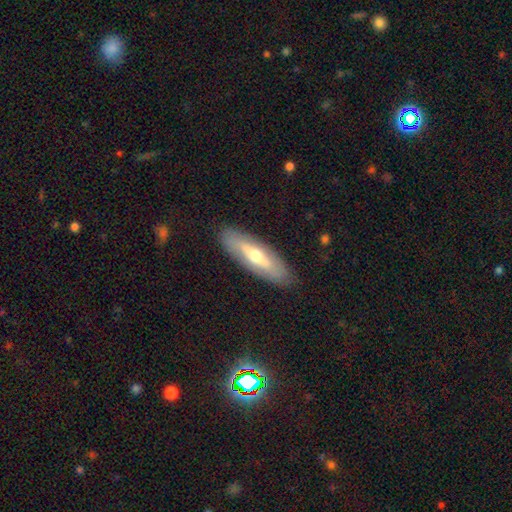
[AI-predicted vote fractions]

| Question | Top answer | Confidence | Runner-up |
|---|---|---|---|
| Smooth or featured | featured or disk | 52% | smooth (42%) |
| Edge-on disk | no | 54% | yes (46%) |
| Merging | none | 86% | minor disturbance (10%) |